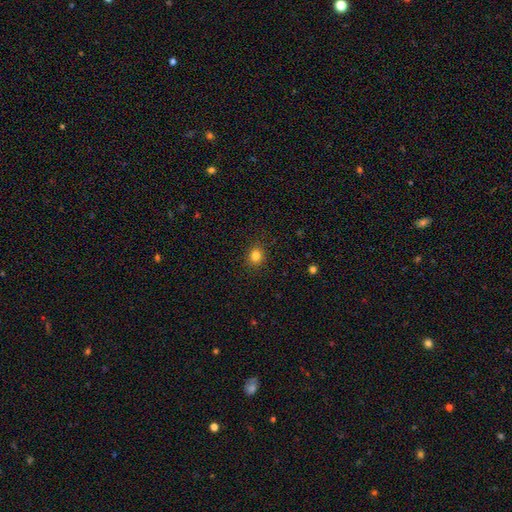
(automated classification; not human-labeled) The model was most divided on "how rounded": round: 79%, in between: 20%, cigar-shaped: 1%. More confident: merging — none (90%); smooth or featured — smooth (82%).